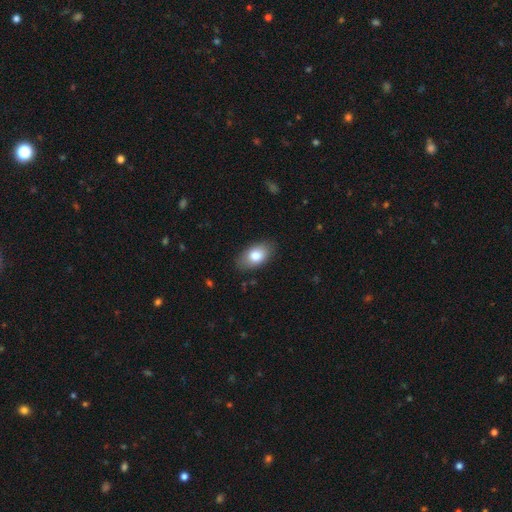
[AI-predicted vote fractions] This appears to be a smooth galaxy with no disk features (80%) that is in between round and cigar-shaped (92%). Merging: none (84%).